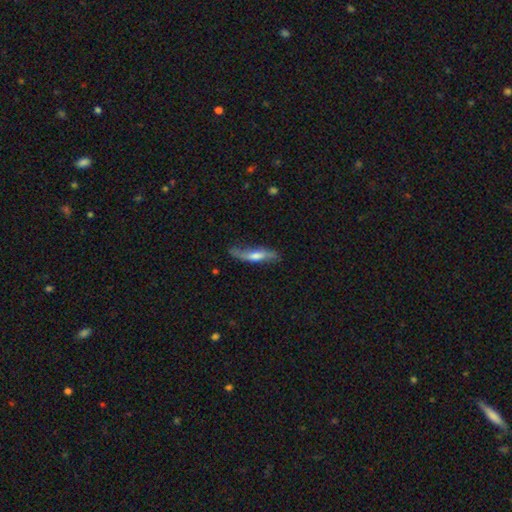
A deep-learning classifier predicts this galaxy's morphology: featured or disk 53%, smooth 41%, star or artifact 6%. Down the decision tree: edge-on disk — yes (60%); merging — none (67%).